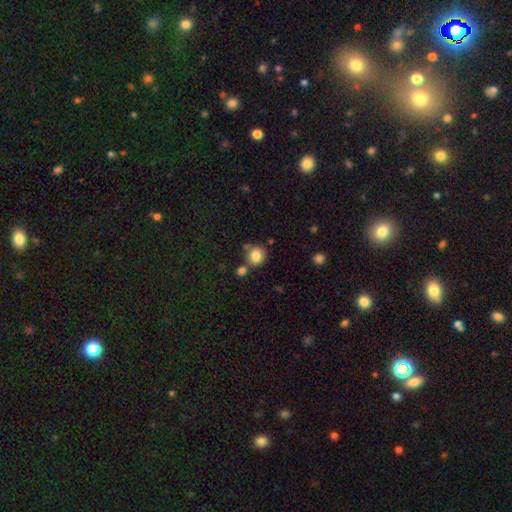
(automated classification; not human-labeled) smooth 83%, star or artifact 10%, featured or disk 7%. Down the decision tree: how rounded — round (86%); merging — none (70%).